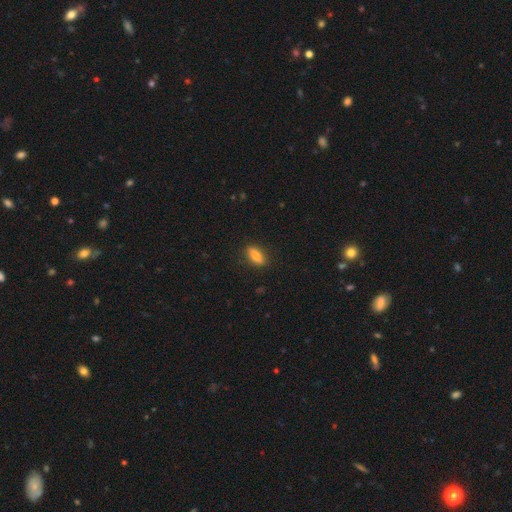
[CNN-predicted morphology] The model was most divided on "how rounded": in between: 73%, cigar-shaped: 23%, round: 4%. More confident: merging — none (84%); smooth or featured — smooth (78%).